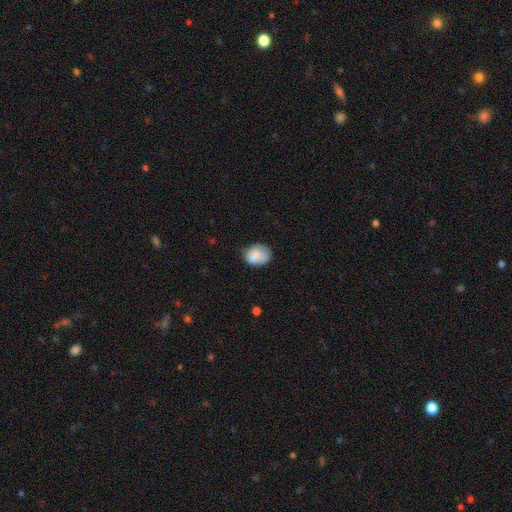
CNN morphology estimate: This appears to be a smooth galaxy with no disk features (84%) that is in between round and cigar-shaped (54%). Merging: none (59%).